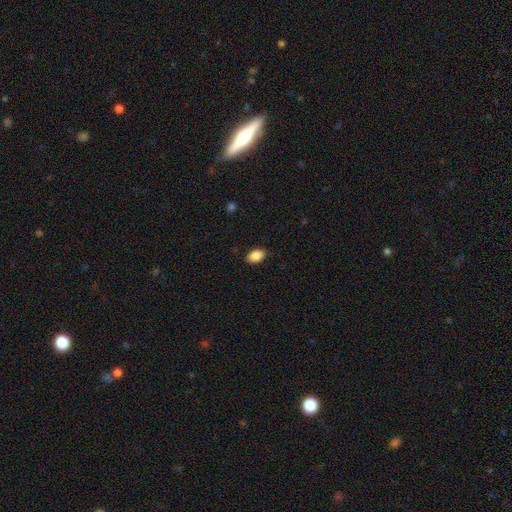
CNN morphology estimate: Smooth or featured?
  - smooth: 88% *
  - star or artifact: 8%
  - featured or disk: 4%
How rounded?
  - in between: 91% *
  - round: 8%
  - cigar-shaped: 1%
Merging?
  - none: 87% *
  - minor disturbance: 10%
  - major disturbance: 2%
  - merger: 1%